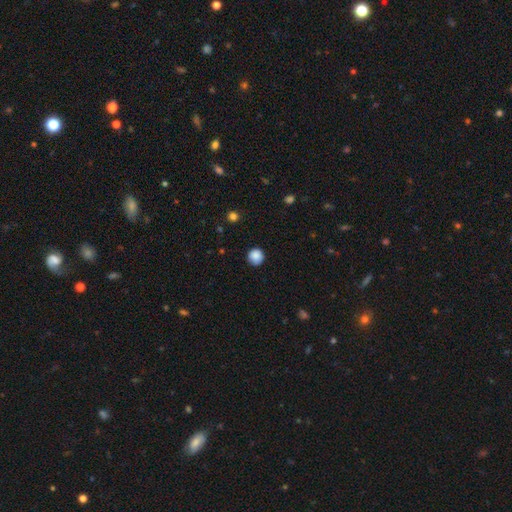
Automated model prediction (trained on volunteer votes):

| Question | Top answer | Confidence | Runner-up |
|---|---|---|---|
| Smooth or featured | smooth | 87% | star or artifact (10%) |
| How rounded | round | 94% | in between (5%) |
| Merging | none | 87% | minor disturbance (10%) |